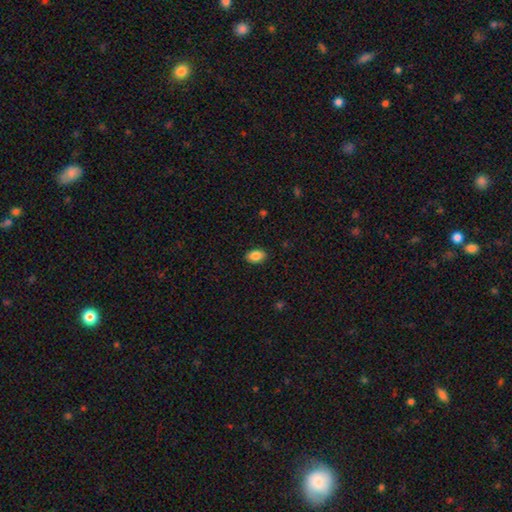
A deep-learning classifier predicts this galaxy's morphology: smooth_or_featured: smooth (p=0.87) [alt: star or artifact p=0.08]
how_rounded: in between (p=0.85) [alt: round p=0.14]
merging: none (p=0.88) [alt: minor disturbance p=0.09]